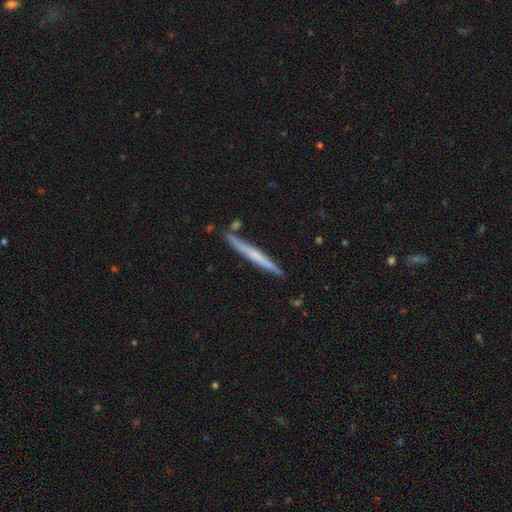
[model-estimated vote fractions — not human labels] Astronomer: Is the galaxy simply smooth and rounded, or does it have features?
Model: featured or disk — 51% (runner-up: smooth, 43%).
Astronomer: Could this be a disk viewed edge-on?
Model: yes — 97%.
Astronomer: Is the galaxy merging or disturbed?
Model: none — 84%.